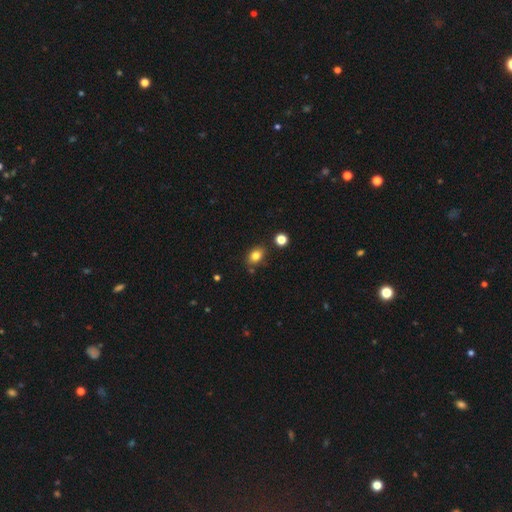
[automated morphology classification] Smooth or featured?
  - smooth: 81% *
  - star or artifact: 11%
  - featured or disk: 8%
How rounded?
  - in between: 71% *
  - round: 28%
  - cigar-shaped: 1%
Merging?
  - none: 79% *
  - minor disturbance: 13%
  - merger: 5%
  - major disturbance: 3%